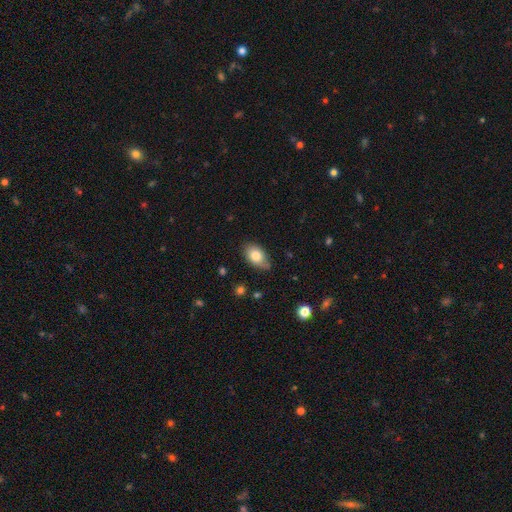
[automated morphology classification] Smooth or featured? Predicted: smooth (p=0.80). How rounded? Predicted: in between (p=0.90). Merging? Predicted: none (p=0.75).